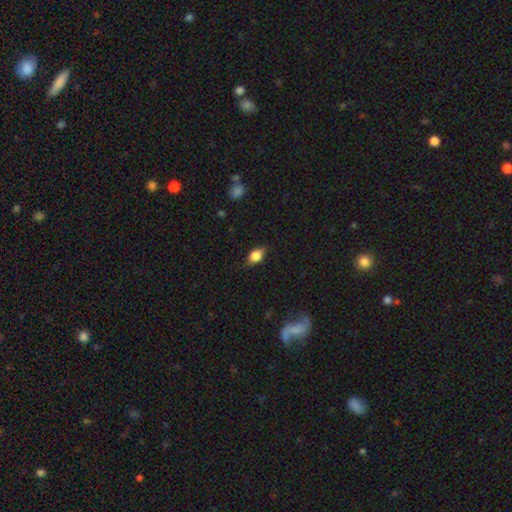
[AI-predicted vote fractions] smooth_or_featured: smooth (p=0.80) [alt: featured or disk p=0.12]
how_rounded: in between (p=0.80) [alt: round p=0.16]
merging: none (p=0.77) [alt: minor disturbance p=0.18]